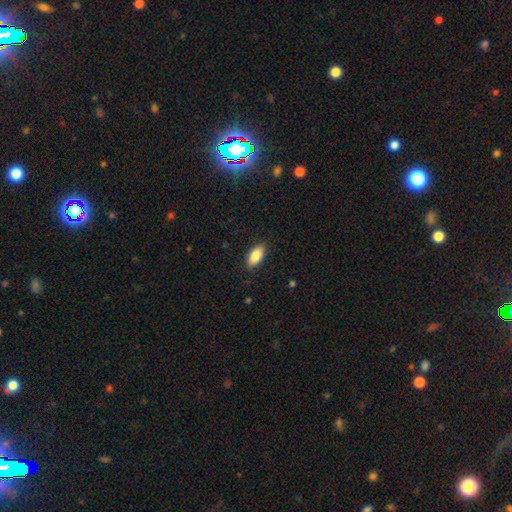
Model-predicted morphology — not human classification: Smooth or featured? smooth (84%)
How rounded? in between (90%)
Merging? none (89%)